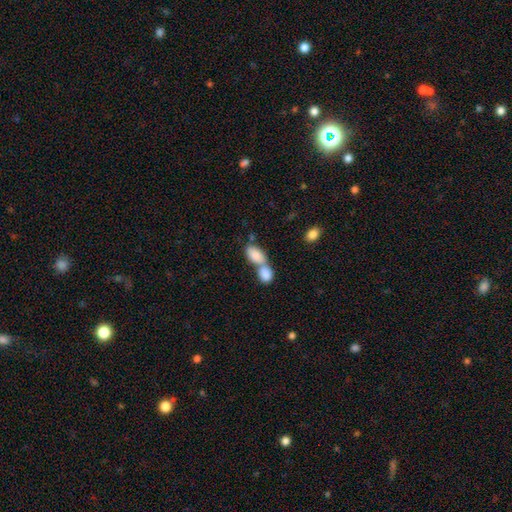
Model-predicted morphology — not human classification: Smooth or featured?
  - smooth: 83% *
  - featured or disk: 10%
  - star or artifact: 7%
How rounded?
  - in between: 89% *
  - round: 7%
  - cigar-shaped: 4%
Merging?
  - merger: 72% *
  - none: 19%
  - minor disturbance: 6%
  - major disturbance: 4%